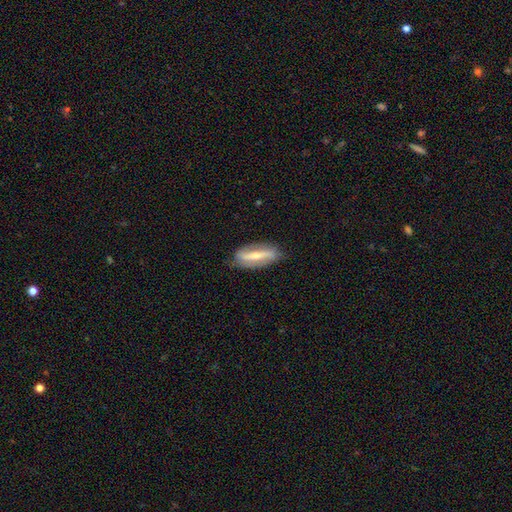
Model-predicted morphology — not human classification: smooth_or_featured: featured or disk (p=0.69) [alt: smooth p=0.26]
disk_edge_on: no (p=0.77) [alt: yes p=0.23]
bar: strong (p=0.72) [alt: weak p=0.18]
has_spiral_arms: yes (p=0.72) [alt: no p=0.28]
bulge_size: small (p=0.51) [alt: moderate p=0.41]
merging: none (p=0.81) [alt: minor disturbance p=0.14]